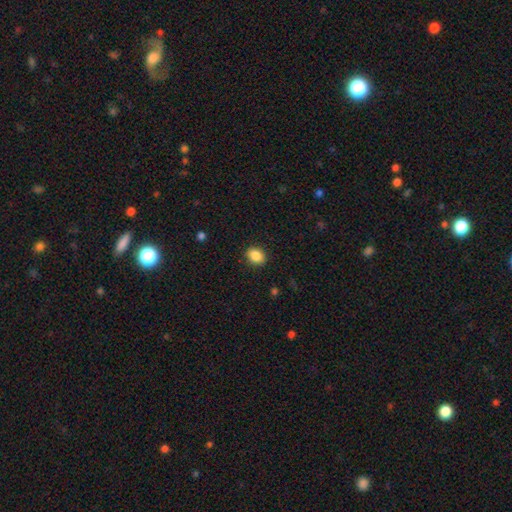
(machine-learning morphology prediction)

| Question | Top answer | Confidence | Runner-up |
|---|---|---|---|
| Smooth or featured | smooth | 87% | star or artifact (9%) |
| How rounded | in between | 59% | round (40%) |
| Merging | none | 89% | minor disturbance (8%) |